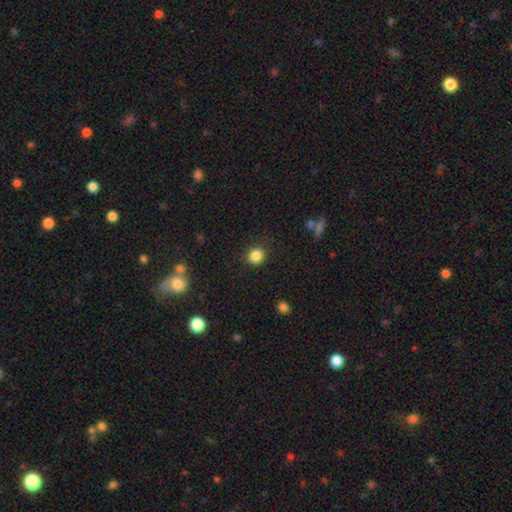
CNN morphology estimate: This is clearly a smooth galaxy (86%). How rounded: clearly round (85%). Merging: clearly none (88%).